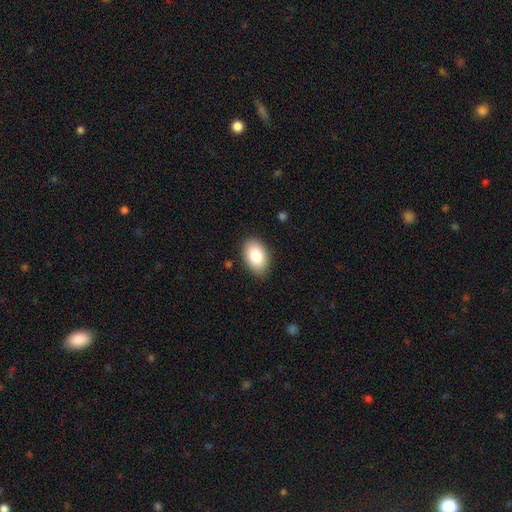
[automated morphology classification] type=smooth (86%); roundness=in between (92%); merging=none (86%).